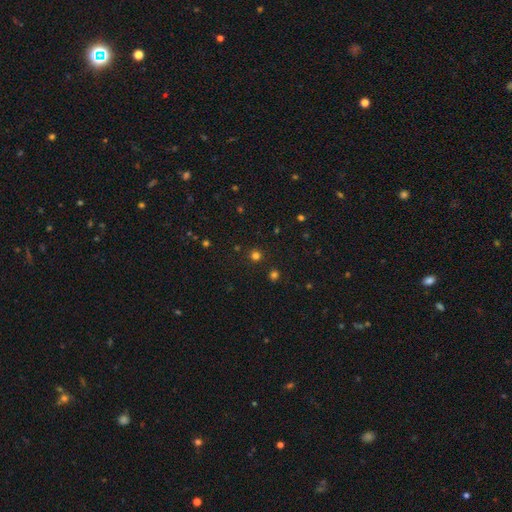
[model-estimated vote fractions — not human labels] Smooth or featured: smooth — 74% (star or artifact — 22%)
How rounded: round — 94% (in between — 5%)
Merging: none — 90% (minor disturbance — 5%)